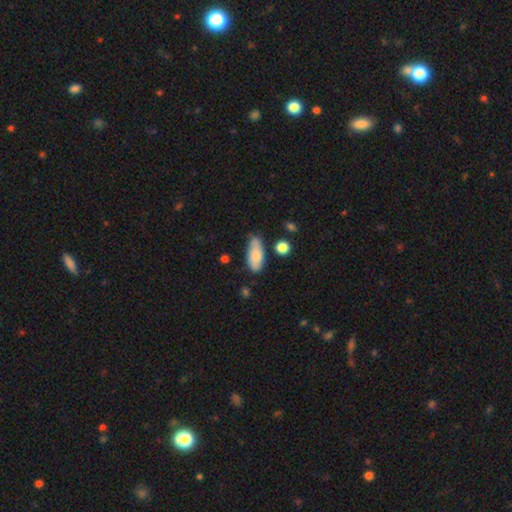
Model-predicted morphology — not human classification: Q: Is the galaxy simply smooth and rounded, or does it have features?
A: smooth — 77%.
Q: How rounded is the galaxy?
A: in between — 84%.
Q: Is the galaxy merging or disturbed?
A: none — 67%.